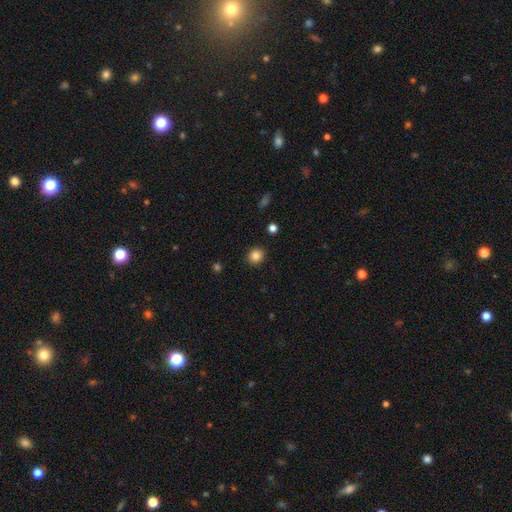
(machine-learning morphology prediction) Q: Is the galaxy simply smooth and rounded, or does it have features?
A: smooth — 85%.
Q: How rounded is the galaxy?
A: round — 86%.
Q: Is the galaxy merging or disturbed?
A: none — 91%.